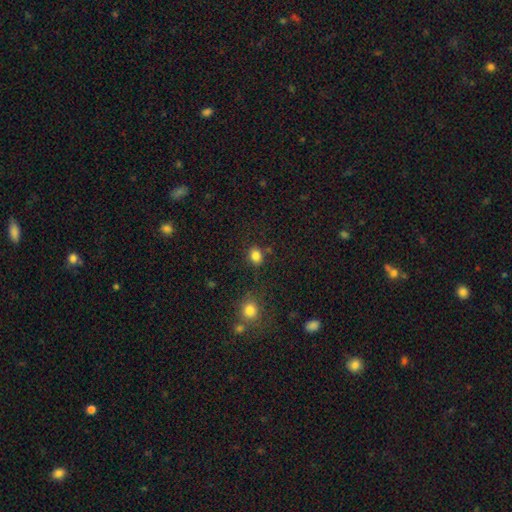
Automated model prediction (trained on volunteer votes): Overall: smooth (83%). How rounded: round (56%; in between 43%). Merging: none (79%).